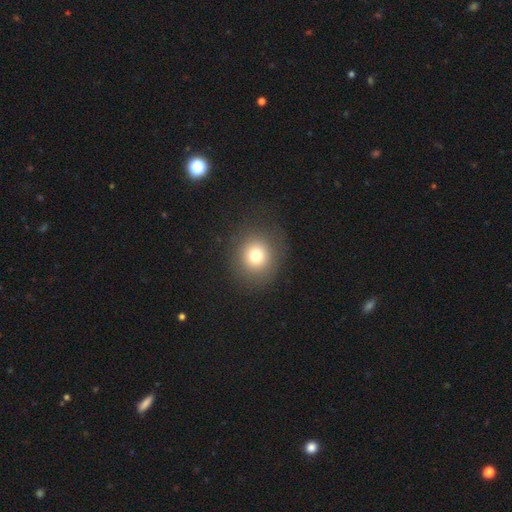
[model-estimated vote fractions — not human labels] Smooth or featured? smooth (75%)
How rounded? round (85%)
Merging? none (85%)